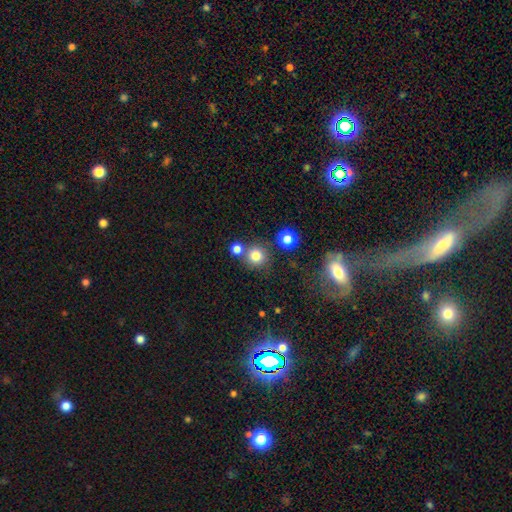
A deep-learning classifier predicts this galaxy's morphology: Smooth or featured?
  - smooth: 78% *
  - star or artifact: 15%
  - featured or disk: 7%
How rounded?
  - round: 91% *
  - in between: 8%
  - cigar-shaped: 1%
Merging?
  - none: 69% *
  - merger: 19%
  - minor disturbance: 9%
  - major disturbance: 4%